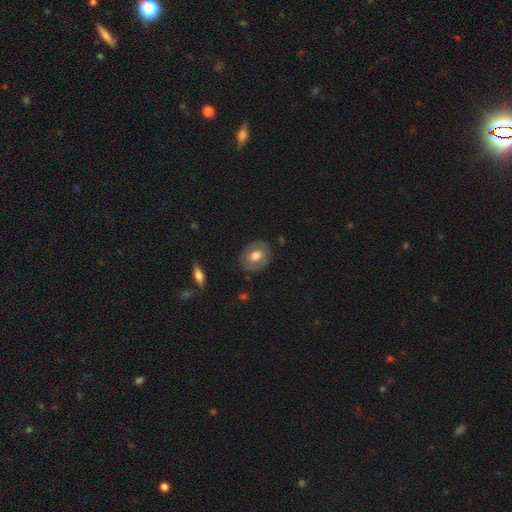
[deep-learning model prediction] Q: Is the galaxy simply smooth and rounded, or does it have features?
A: smooth — 55%.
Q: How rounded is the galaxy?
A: in between — 57%.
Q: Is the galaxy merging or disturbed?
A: none — 81%.